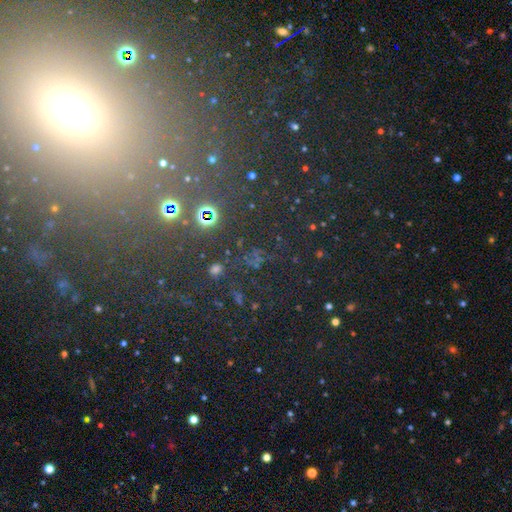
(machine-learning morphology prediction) This appears to be a star or artifact, not a galaxy (70%).